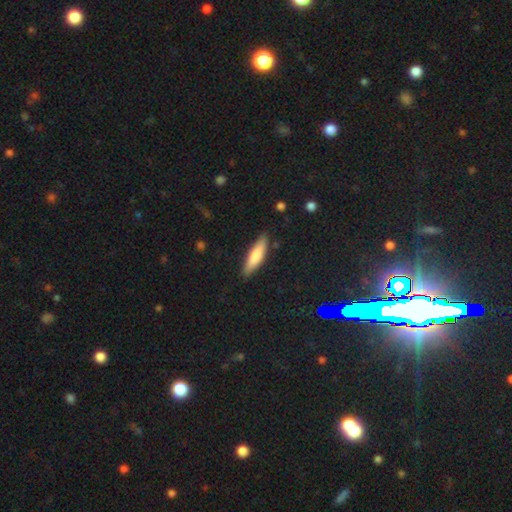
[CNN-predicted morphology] The model was most divided on "how rounded": cigar-shaped: 70%, in between: 29%, round: 2%. More confident: merging — none (85%); smooth or featured — smooth (75%).